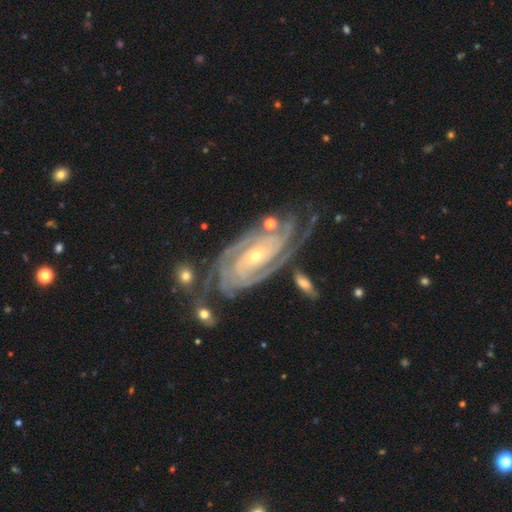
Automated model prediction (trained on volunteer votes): smooth_or_featured: featured or disk (p=0.92) [alt: star or artifact p=0.04]
disk_edge_on: no (p=0.96) [alt: yes p=0.04]
bar: no (p=0.61) [alt: weak p=0.23]
has_spiral_arms: yes (p=0.98) [alt: no p=0.02]
spiral_winding: tight (p=0.80) [alt: medium p=0.17]
spiral_arm_count: 2 (p=0.23) [tied with: 3 p=0.23]
bulge_size: small (p=0.70) [alt: moderate p=0.27]
merging: none (p=0.63) [alt: minor disturbance p=0.20]